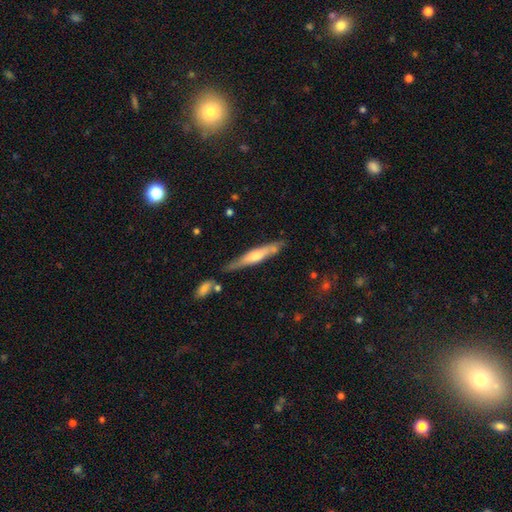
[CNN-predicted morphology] Smooth or featured? Predicted: featured or disk (p=0.62). Edge-on disk? Predicted: yes (p=0.92). Edge-on bulge? Predicted: rounded (p=0.70). Merging? Predicted: none (p=0.77).